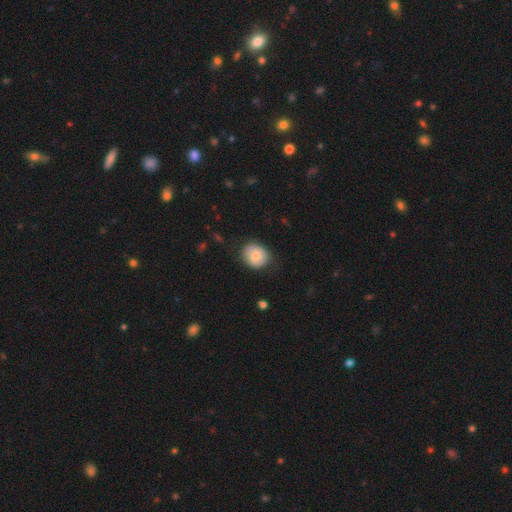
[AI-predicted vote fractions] Smooth or featured?
  - smooth: 72% *
  - featured or disk: 20%
  - star or artifact: 7%
How rounded?
  - round: 71% *
  - in between: 28%
  - cigar-shaped: 1%
Merging?
  - none: 75% *
  - minor disturbance: 19%
  - major disturbance: 5%
  - merger: 1%